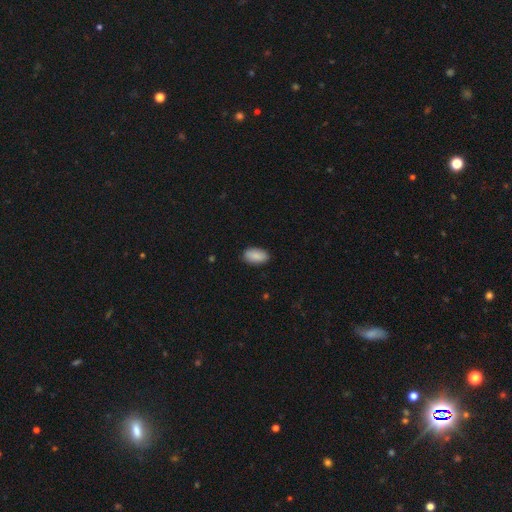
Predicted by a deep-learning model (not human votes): Q: Smooth or featured?
A: smooth (90%); runner-up: star or artifact (6%)
Q: How rounded?
A: in between (94%); runner-up: cigar-shaped (4%)
Q: Merging?
A: none (87%); runner-up: minor disturbance (10%)